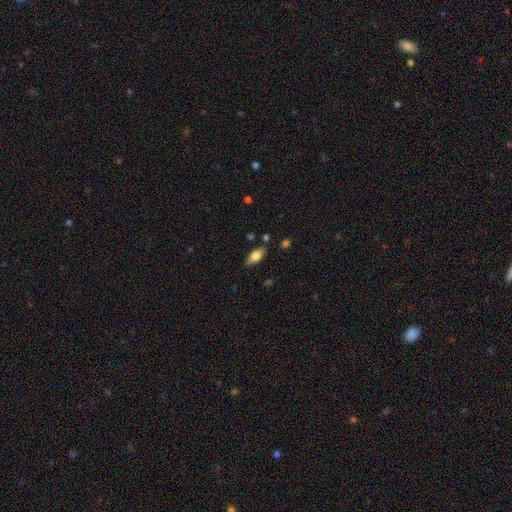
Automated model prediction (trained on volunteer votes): A smooth galaxy with no disk features (77%) that is in between round and cigar-shaped (87%). Merging: none (82%).